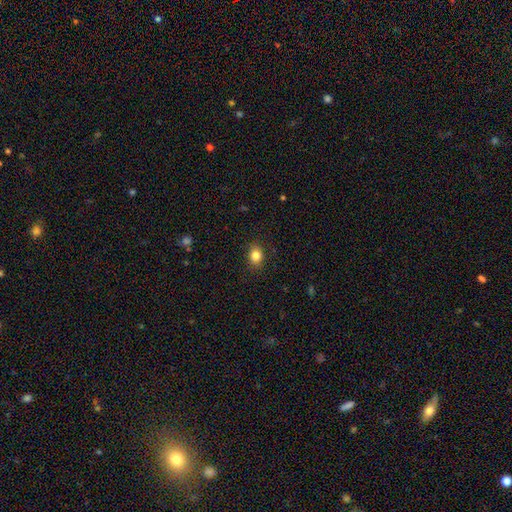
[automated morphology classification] type=smooth (84%); roundness=in between (53%); merging=none (87%).